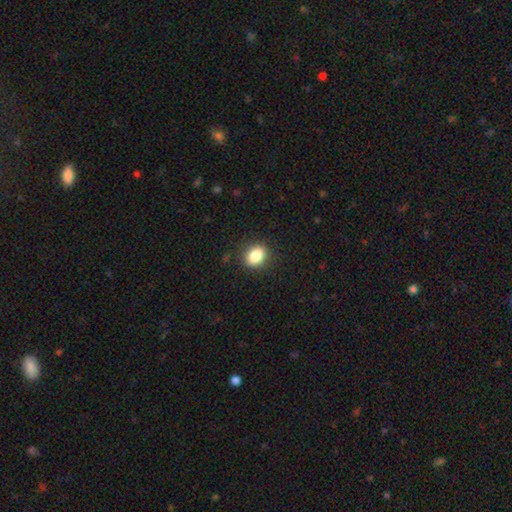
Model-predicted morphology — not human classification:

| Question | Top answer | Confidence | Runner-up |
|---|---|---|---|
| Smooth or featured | smooth | 85% | star or artifact (9%) |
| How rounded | in between | 59% | round (40%) |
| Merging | none | 87% | minor disturbance (9%) |